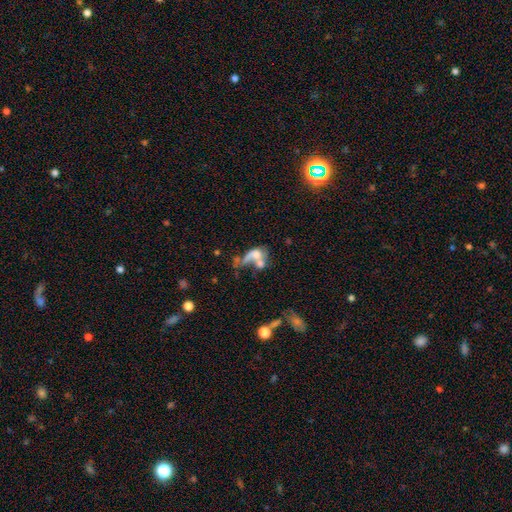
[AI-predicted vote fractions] smooth_or_featured: smooth (p=0.47) [alt: featured or disk p=0.41]
merging: merger (p=0.54) [alt: major disturbance p=0.24]